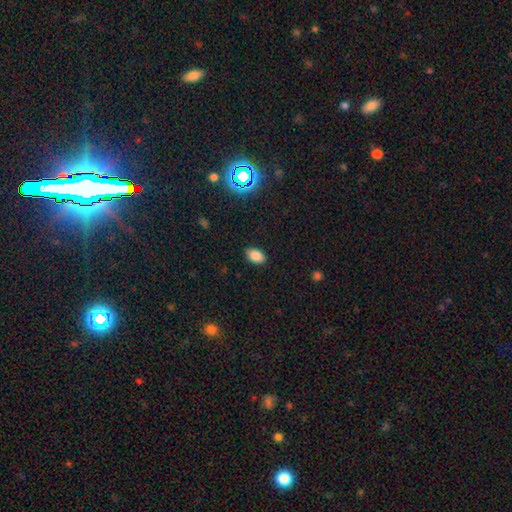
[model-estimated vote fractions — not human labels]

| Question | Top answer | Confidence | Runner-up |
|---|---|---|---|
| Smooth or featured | smooth | 83% | star or artifact (11%) |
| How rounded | in between | 89% | round (9%) |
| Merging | none | 88% | minor disturbance (9%) |